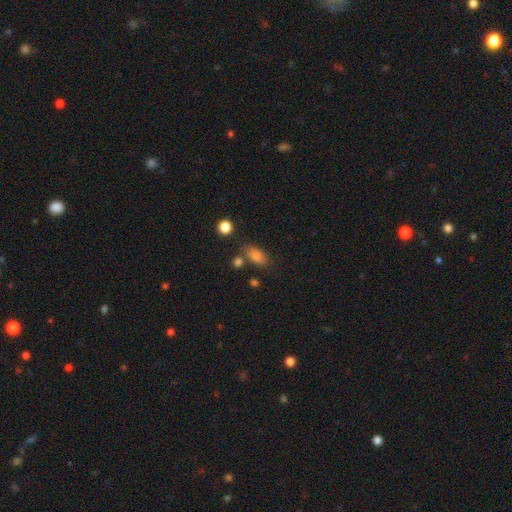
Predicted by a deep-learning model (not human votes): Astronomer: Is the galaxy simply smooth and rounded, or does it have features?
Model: smooth — 81%.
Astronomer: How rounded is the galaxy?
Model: in between — 86%.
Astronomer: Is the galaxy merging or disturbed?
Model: none — 69%.